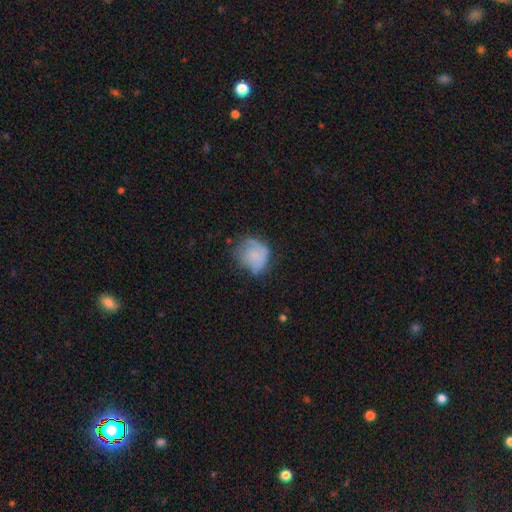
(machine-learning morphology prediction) smooth-or-featured: smooth: 61% | featured or disk: 30% | star or artifact: 9%
  how-rounded: round: 70% | in between: 29% | cigar-shaped: 1%
  merging: none: 45% | minor disturbance: 31% | major disturbance: 21% | merger: 3%